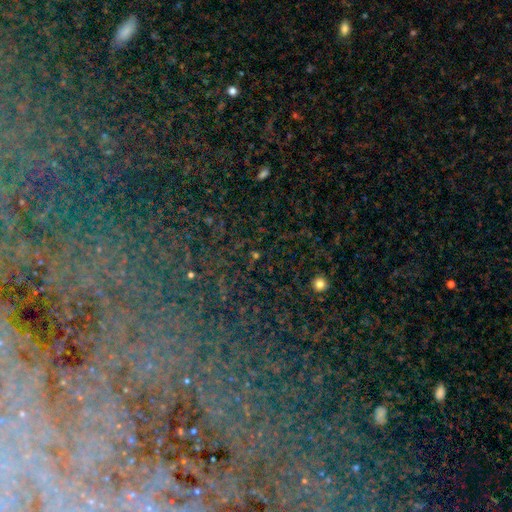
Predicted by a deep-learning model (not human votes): star or artifact 73%, smooth 15%, featured or disk 11%.